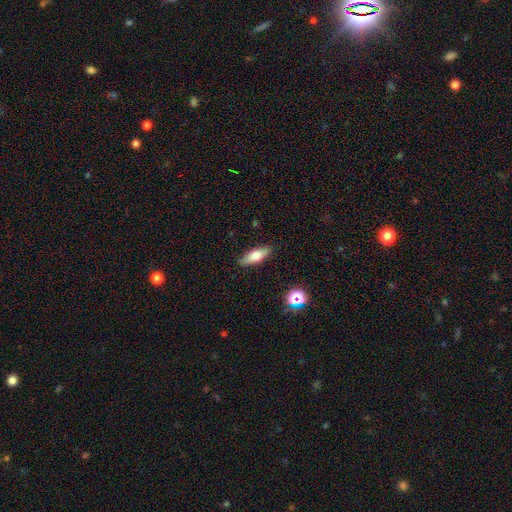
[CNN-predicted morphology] smooth-or-featured: smooth: 66% | featured or disk: 26% | star or artifact: 8%
  how-rounded: in between: 62% | cigar-shaped: 35% | round: 3%
  merging: none: 88% | minor disturbance: 9% | major disturbance: 2% | merger: 1%